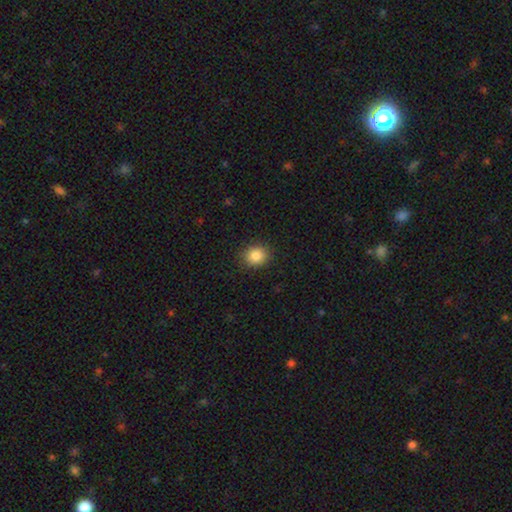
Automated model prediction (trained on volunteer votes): A smooth galaxy with no disk features (86%) that is round (71%). Merging: none (89%).